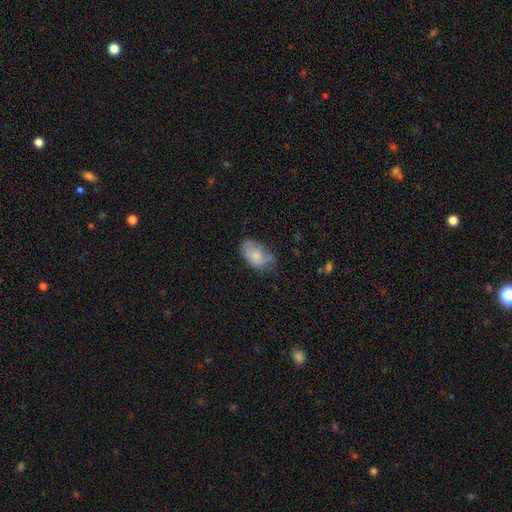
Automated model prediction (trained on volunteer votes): A smooth galaxy with no disk features (72%) that is in between round and cigar-shaped (91%).

Vote fractions:
- Smooth or featured? smooth: 72% / featured or disk: 21% / star or artifact: 7%
- How rounded? in between: 91% / round: 8% / cigar-shaped: 2%
- Merging? none: 45% / minor disturbance: 37% / major disturbance: 15% / merger: 2%